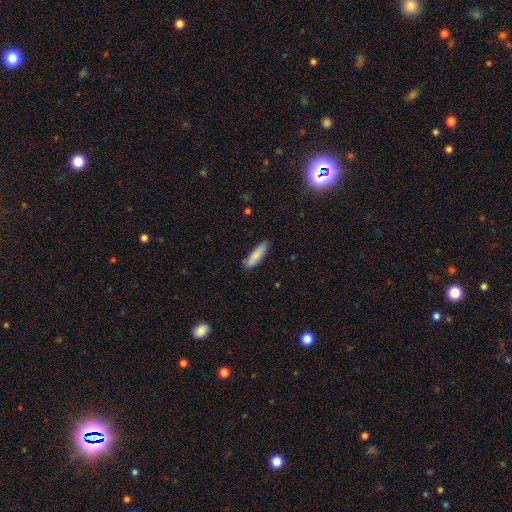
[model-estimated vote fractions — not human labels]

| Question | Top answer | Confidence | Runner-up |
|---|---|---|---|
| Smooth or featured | smooth | 85% | featured or disk (9%) |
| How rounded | cigar-shaped | 64% | in between (34%) |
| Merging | none | 82% | minor disturbance (14%) |